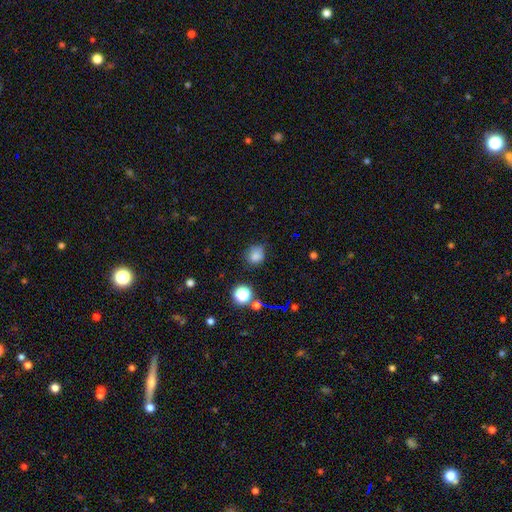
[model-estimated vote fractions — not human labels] Smooth or featured: smooth — 78% (star or artifact — 17%)
How rounded: round — 77% (in between — 22%)
Merging: none — 70% (minor disturbance — 22%)